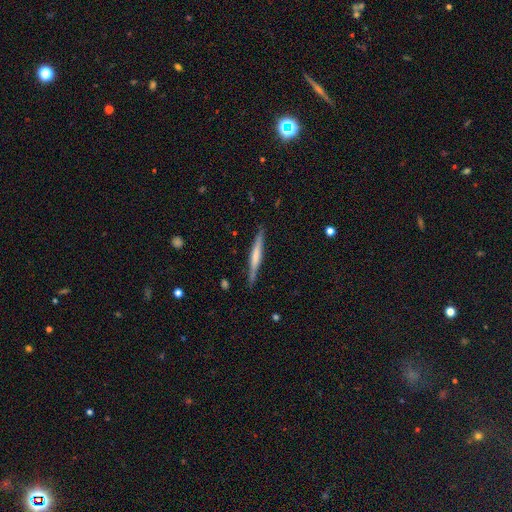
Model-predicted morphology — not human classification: A featured or disk galaxy (50%) viewed edge-on (97%).

Vote fractions:
- Smooth or featured? featured or disk: 50% / smooth: 44% / star or artifact: 6%
- Edge-on disk? yes: 97% / no: 3%
- Merging? none: 87% / minor disturbance: 10% / major disturbance: 2% / merger: 1%